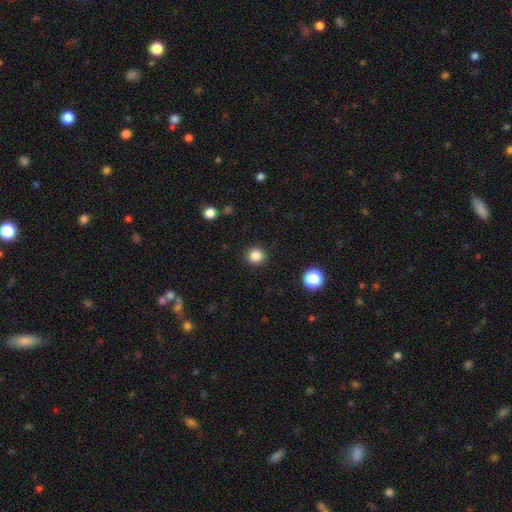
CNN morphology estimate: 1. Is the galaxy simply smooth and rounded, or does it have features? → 84% smooth, 12% star or artifact, 4% featured or disk.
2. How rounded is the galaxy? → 95% round, 4% in between, 1% cigar-shaped.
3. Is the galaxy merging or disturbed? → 92% none, 5% minor disturbance, 2% major disturbance, 1% merger.